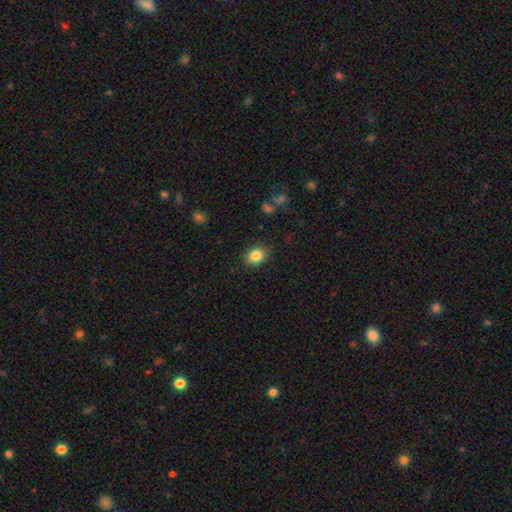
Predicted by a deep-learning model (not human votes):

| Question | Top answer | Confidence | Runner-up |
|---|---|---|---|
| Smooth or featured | smooth | 85% | star or artifact (10%) |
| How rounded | in between | 56% | round (43%) |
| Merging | none | 86% | minor disturbance (10%) |